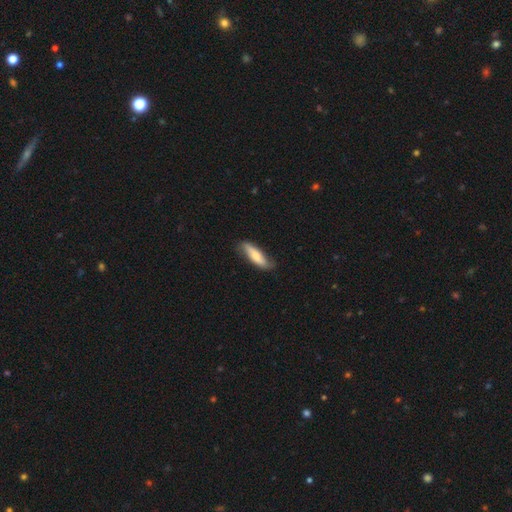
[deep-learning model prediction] smooth 69%, featured or disk 25%, star or artifact 6%. Down the decision tree: how rounded — cigar-shaped (60%); merging — none (69%).